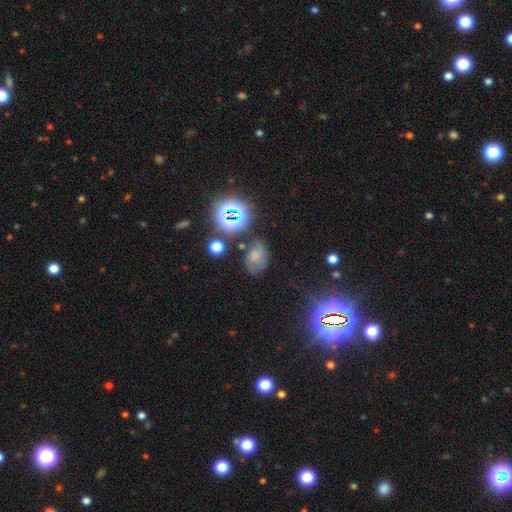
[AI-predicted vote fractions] Overall: smooth (44%; featured or disk 33%). Merging: none (51%; minor disturbance 25%).